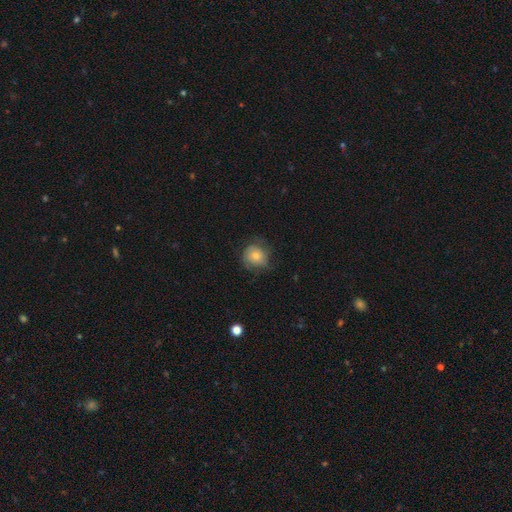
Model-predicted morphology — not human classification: Smooth or featured? smooth (68%)
How rounded? round (83%)
Merging? none (61%)